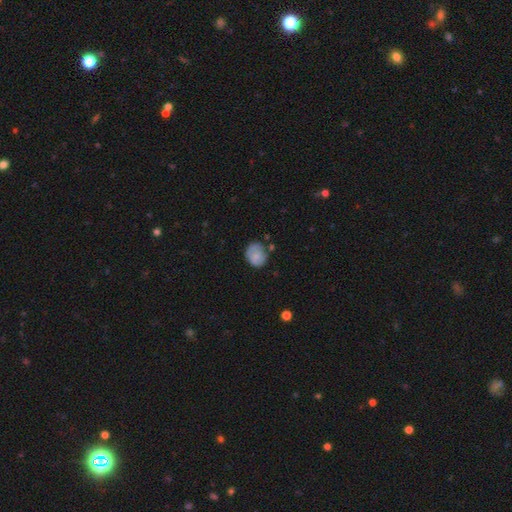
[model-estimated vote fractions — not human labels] A smooth galaxy with no disk features (66%) that is round (67%).

Vote fractions:
- Smooth or featured? smooth: 66% / featured or disk: 26% / star or artifact: 8%
- How rounded? round: 67% / in between: 32% / cigar-shaped: 1%
- Merging? none: 60% / minor disturbance: 27% / major disturbance: 8% / merger: 5%